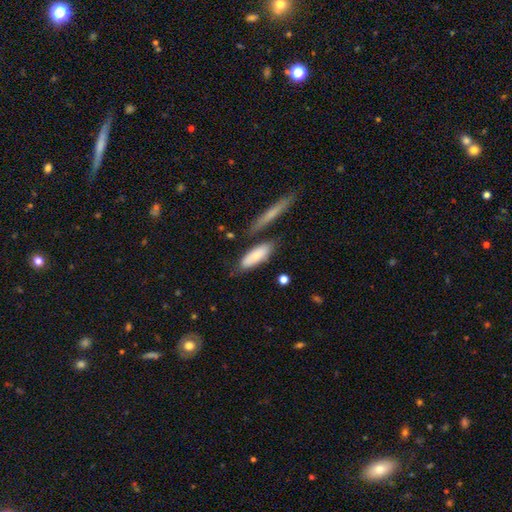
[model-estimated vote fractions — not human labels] Q: Smooth or featured?
A: smooth (77%); runner-up: featured or disk (18%)
Q: How rounded?
A: in between (63%); runner-up: cigar-shaped (34%)
Q: Merging?
A: none (63%); runner-up: minor disturbance (19%)